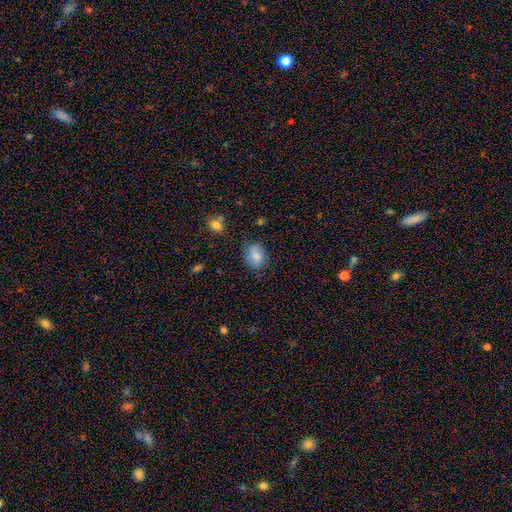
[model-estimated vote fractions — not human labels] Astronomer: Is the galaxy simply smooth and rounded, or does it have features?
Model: smooth — 82%.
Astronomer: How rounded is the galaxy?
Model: in between — 62%.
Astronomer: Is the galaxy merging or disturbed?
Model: none — 73%.